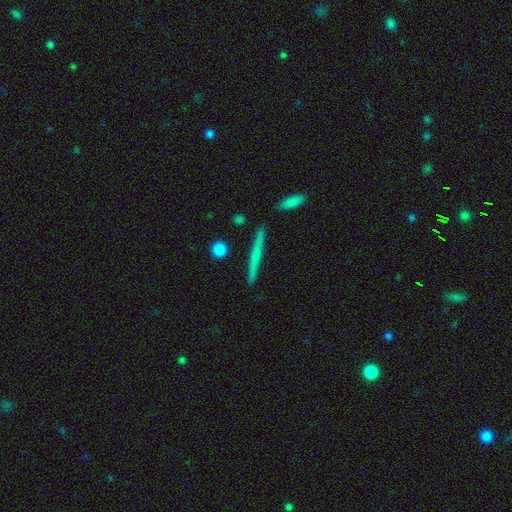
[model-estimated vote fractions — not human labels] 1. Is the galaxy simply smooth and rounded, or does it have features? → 48% smooth, 45% featured or disk, 7% star or artifact.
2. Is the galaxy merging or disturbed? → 90% none, 7% minor disturbance, 2% merger, 1% major disturbance.